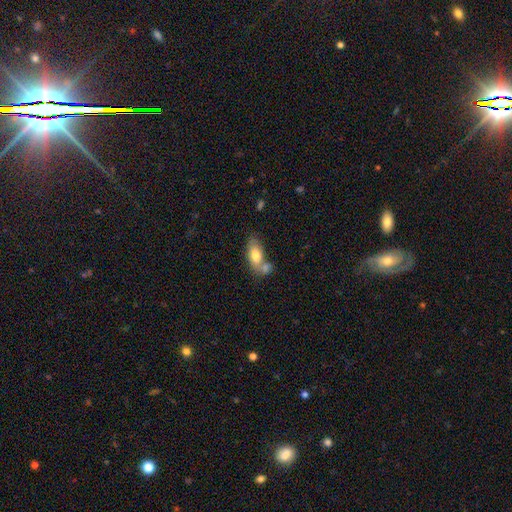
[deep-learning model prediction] A smooth galaxy with no disk features (75%) that is in between round and cigar-shaped (88%).

Vote fractions:
- Smooth or featured? smooth: 75% / featured or disk: 18% / star or artifact: 7%
- How rounded? in between: 88% / cigar-shaped: 6% / round: 5%
- Merging? none: 41% / merger: 39% / minor disturbance: 15% / major disturbance: 5%